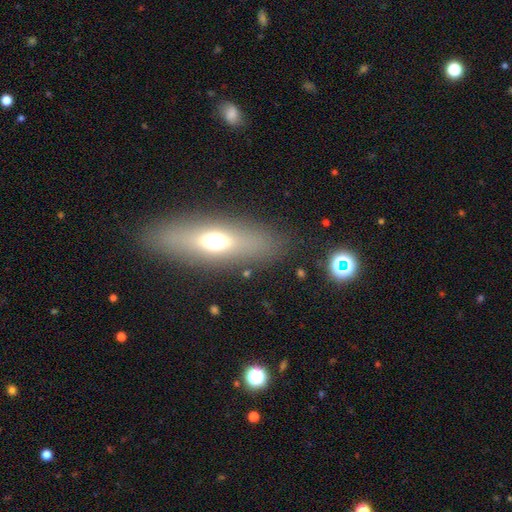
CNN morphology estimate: Smooth or featured?
  - smooth: 46% *
  - featured or disk: 44%
  - star or artifact: 10%
Merging?
  - none: 87% *
  - minor disturbance: 8%
  - major disturbance: 3%
  - merger: 2%